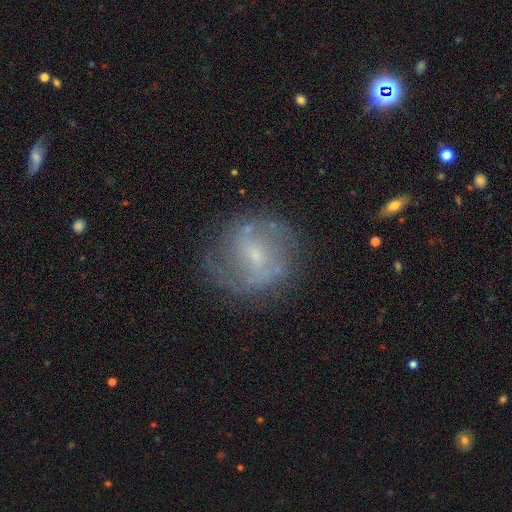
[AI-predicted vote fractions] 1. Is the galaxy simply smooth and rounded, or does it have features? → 74% featured or disk, 17% smooth, 9% star or artifact.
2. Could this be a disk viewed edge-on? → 97% no, 3% yes.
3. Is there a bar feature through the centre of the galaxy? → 54% weak, 29% no, 17% strong.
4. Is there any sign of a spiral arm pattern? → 86% yes, 14% no.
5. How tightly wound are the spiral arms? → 46% medium, 31% loose, 23% tight.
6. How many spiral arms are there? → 70% 2, 16% can't tell, 5% 3, 4% 1, 2% 4, 2% more than 4.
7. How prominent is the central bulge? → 68% small, 21% moderate, 8% none, 2% large, 1% dominant.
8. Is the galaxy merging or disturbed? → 72% none, 17% minor disturbance, 10% major disturbance, 2% merger.